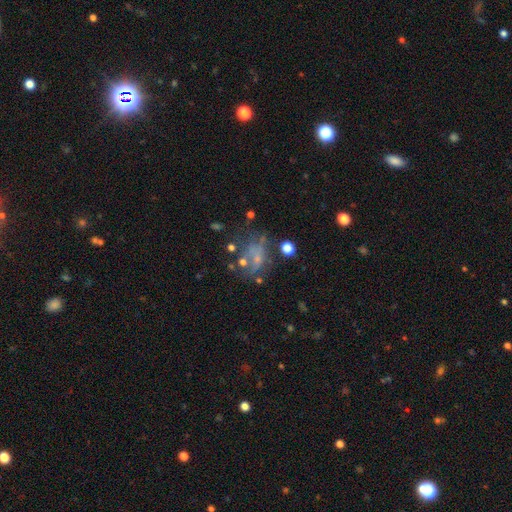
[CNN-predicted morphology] type=featured or disk (40%); merging=none (38%).